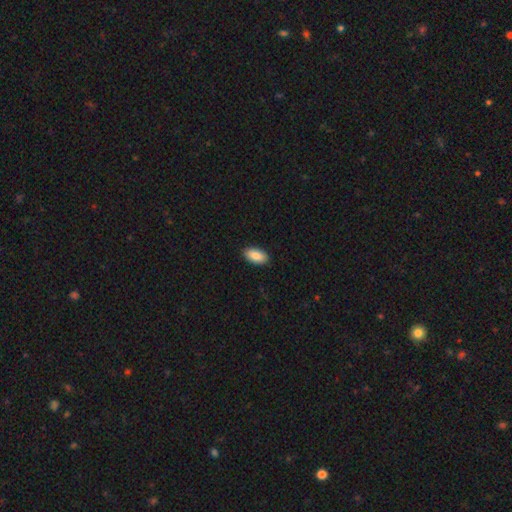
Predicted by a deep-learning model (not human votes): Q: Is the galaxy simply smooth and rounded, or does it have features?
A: smooth — 88%.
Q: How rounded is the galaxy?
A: in between — 94%.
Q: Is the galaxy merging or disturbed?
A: none — 91%.